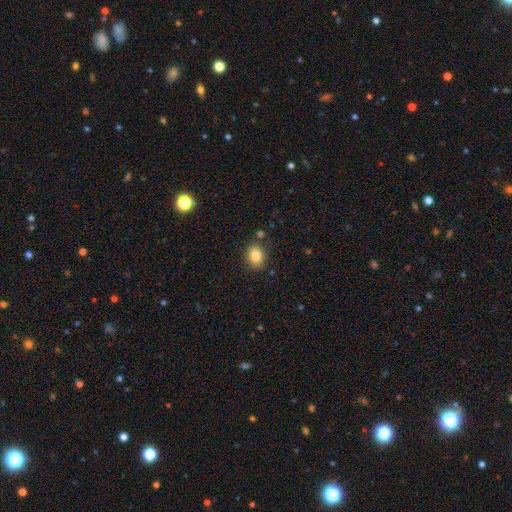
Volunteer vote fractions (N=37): Morphology: type=smooth (81%); roundness=in between (63%); merging=none (86%).